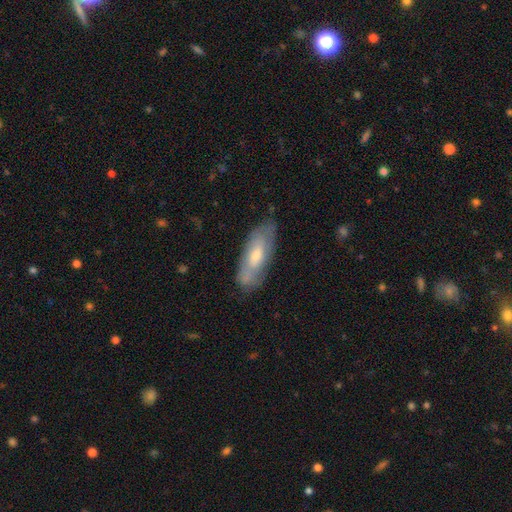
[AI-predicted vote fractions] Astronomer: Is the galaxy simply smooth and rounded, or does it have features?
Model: featured or disk — 48% (runner-up: smooth, 45%).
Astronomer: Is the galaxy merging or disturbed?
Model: none — 70%.